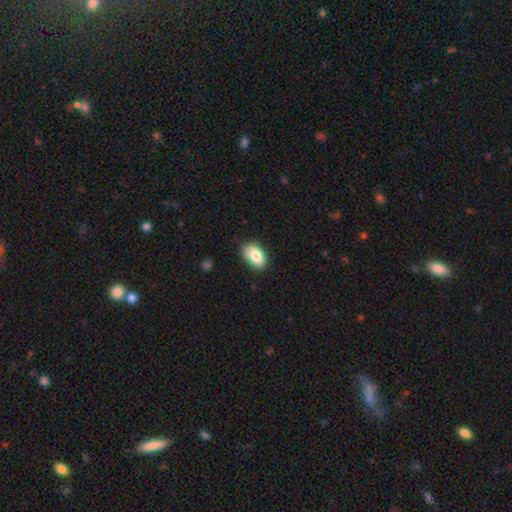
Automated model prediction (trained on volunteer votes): Smooth or featured? Predicted: smooth (p=0.84). How rounded? Predicted: in between (p=0.90). Merging? Predicted: none (p=0.81).